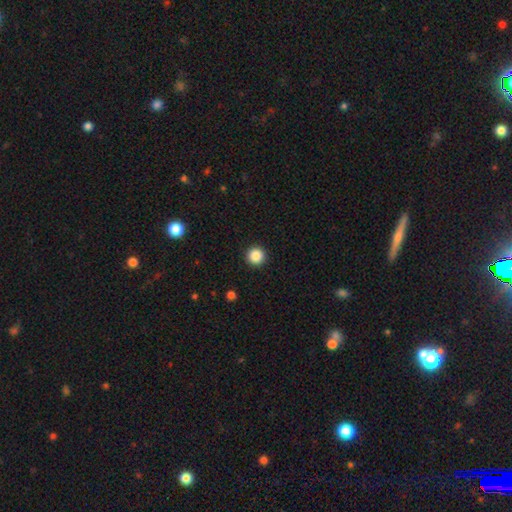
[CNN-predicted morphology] Smooth or featured? smooth (87%)
How rounded? round (96%)
Merging? none (94%)